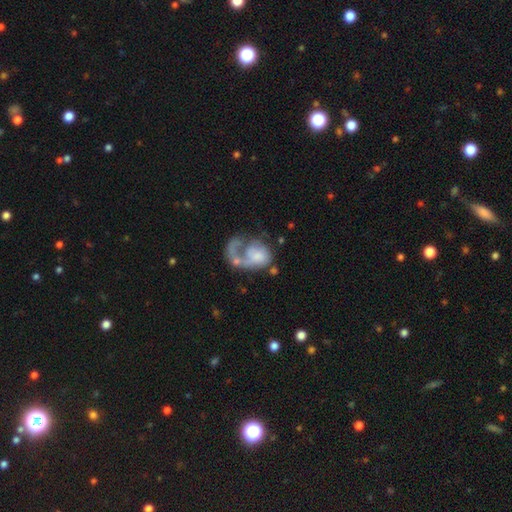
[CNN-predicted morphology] Smooth or featured? Predicted: featured or disk (p=0.61). Edge-on disk? Predicted: no (p=0.98). Bar? Predicted: no (p=0.82). Spiral arms? Predicted: yes (p=0.61). Bulge size? Predicted: none (p=0.35). Merging? Predicted: major disturbance (p=0.50).